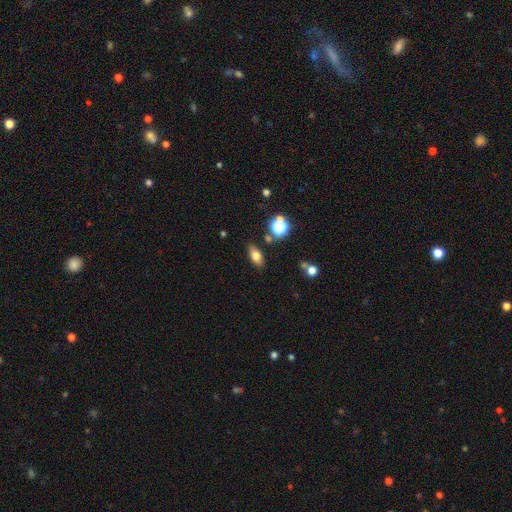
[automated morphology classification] Smooth or featured?
  - smooth: 70% *
  - featured or disk: 18%
  - star or artifact: 12%
How rounded?
  - in between: 78% *
  - cigar-shaped: 12%
  - round: 10%
Merging?
  - none: 82% *
  - minor disturbance: 11%
  - merger: 4%
  - major disturbance: 3%